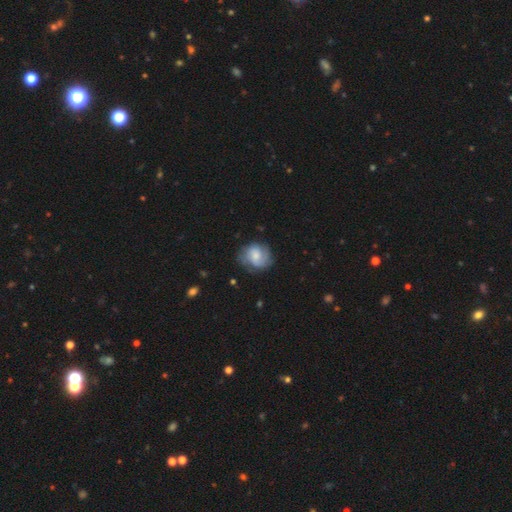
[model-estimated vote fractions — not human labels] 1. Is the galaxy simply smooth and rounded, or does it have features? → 49% smooth, 43% featured or disk, 7% star or artifact.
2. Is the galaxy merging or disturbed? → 64% none, 24% minor disturbance, 10% major disturbance, 2% merger.